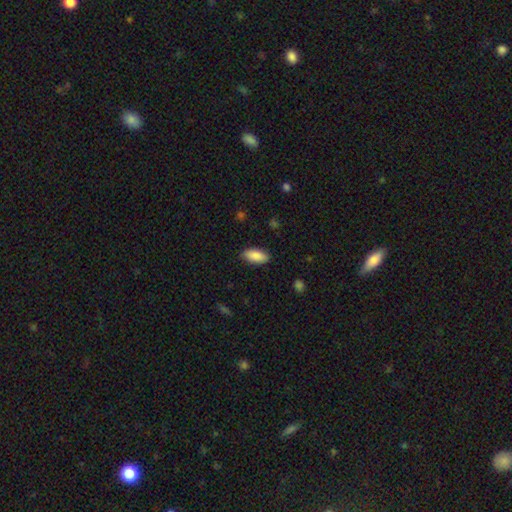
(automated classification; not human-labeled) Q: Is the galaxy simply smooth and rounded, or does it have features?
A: smooth — 88%.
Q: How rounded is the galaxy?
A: in between — 88%.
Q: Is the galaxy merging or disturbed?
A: none — 86%.